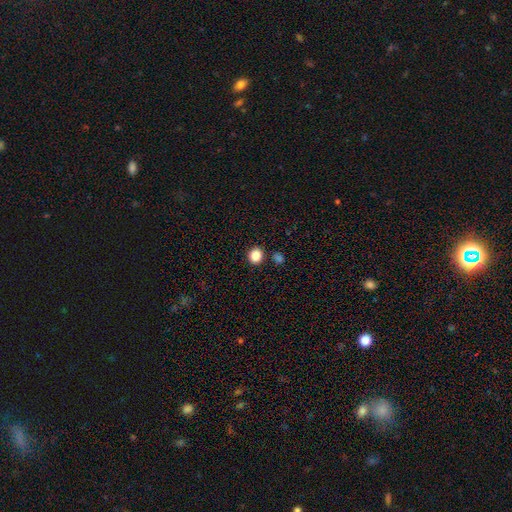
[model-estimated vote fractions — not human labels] Smooth or featured?
  - smooth: 86% *
  - star or artifact: 10%
  - featured or disk: 3%
How rounded?
  - round: 76% *
  - in between: 23%
  - cigar-shaped: 1%
Merging?
  - none: 85% *
  - minor disturbance: 7%
  - merger: 5%
  - major disturbance: 2%